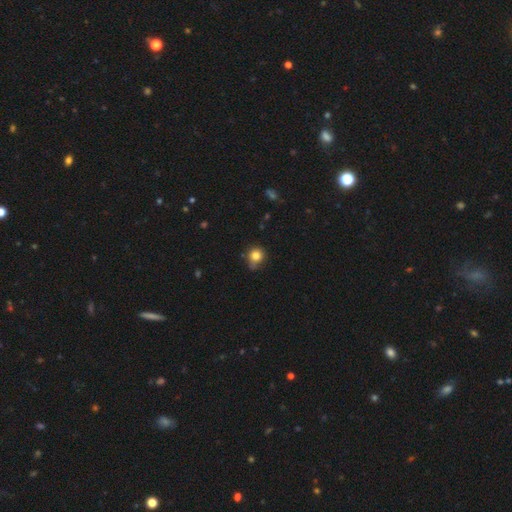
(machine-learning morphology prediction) This appears to be a smooth galaxy with no disk features (81%) that is round (84%). Merging: none (63%).